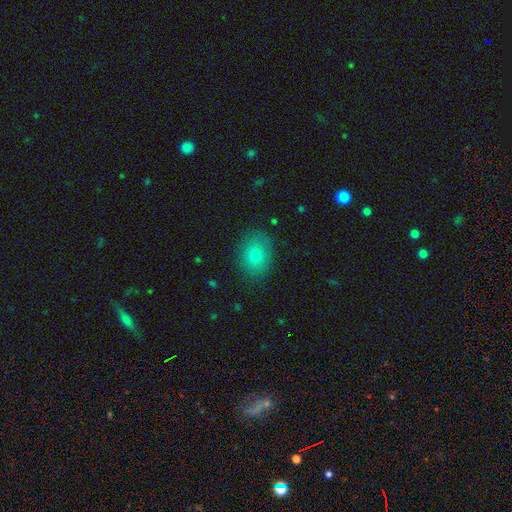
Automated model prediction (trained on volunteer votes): Morphology: type=smooth (75%); roundness=round (51%); merging=none (85%).